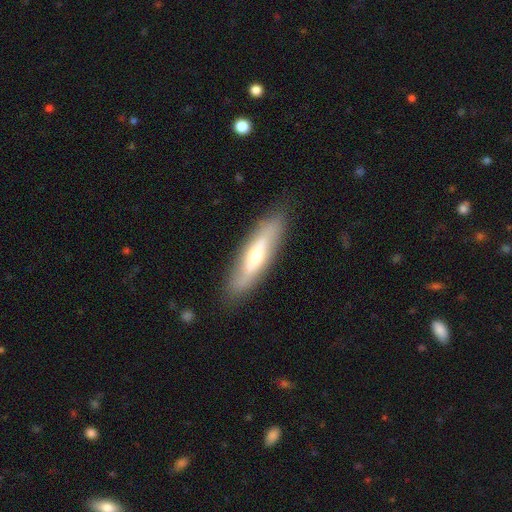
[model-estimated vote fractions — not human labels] Smooth or featured? Predicted: featured or disk (p=0.53). Edge-on disk? Predicted: yes (p=0.54). Merging? Predicted: none (p=0.84).